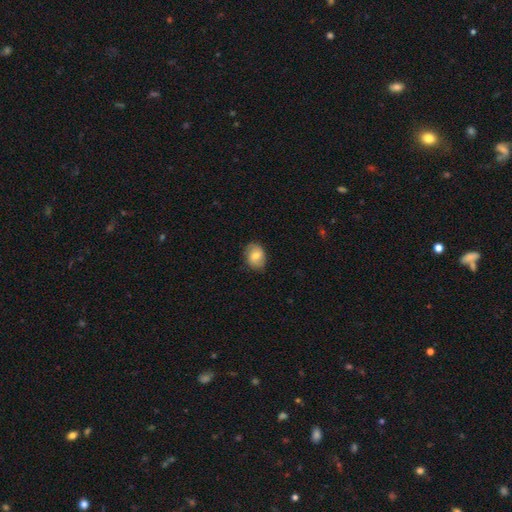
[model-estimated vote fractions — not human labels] A smooth galaxy with no disk features (71%) that is in between round and cigar-shaped (56%). Merging: none (78%).